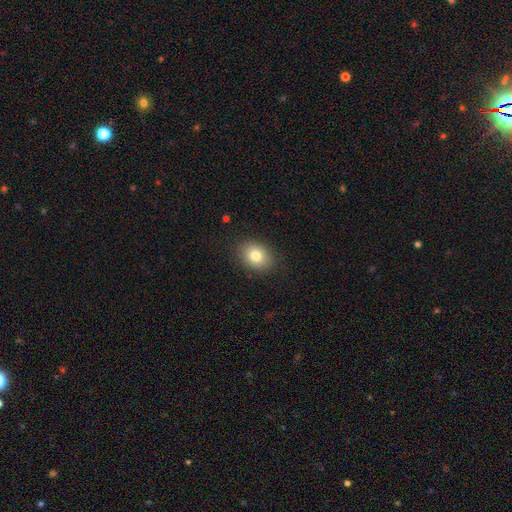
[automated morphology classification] A smooth galaxy with no disk features (81%) that is in between round and cigar-shaped (60%). Merging: none (87%).